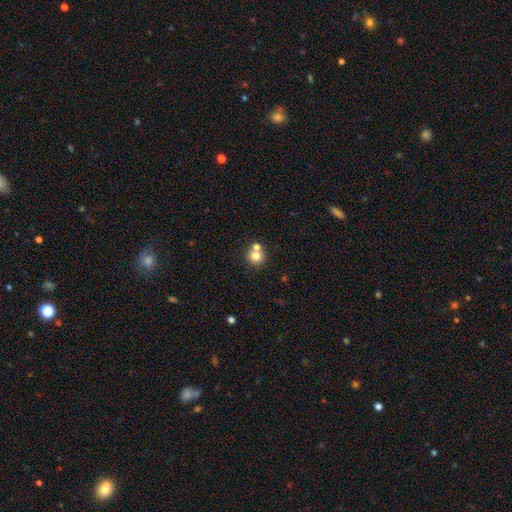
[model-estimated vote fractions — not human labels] Smooth or featured? smooth (77%)
How rounded? round (89%)
Merging? none (54%)